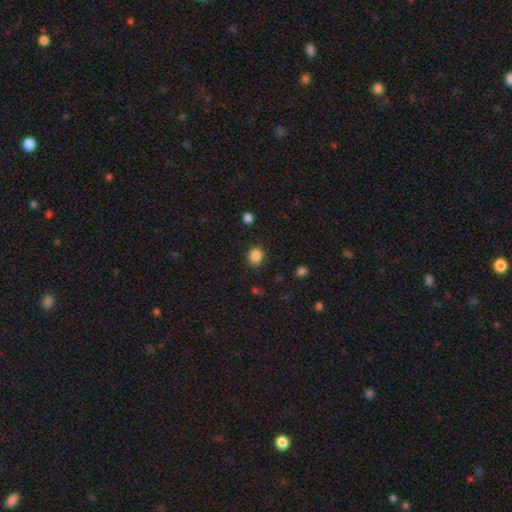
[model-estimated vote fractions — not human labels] Smooth or featured? smooth (86%)
How rounded? round (64%)
Merging? none (87%)